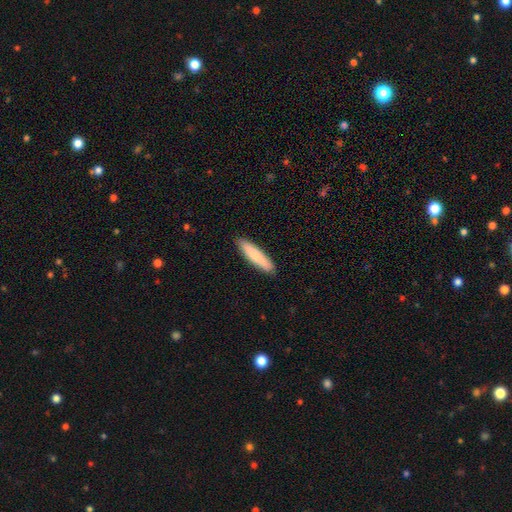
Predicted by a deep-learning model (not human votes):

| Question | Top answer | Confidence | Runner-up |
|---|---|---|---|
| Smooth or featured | smooth | 82% | featured or disk (13%) |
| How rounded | cigar-shaped | 83% | in between (16%) |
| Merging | none | 90% | minor disturbance (8%) |